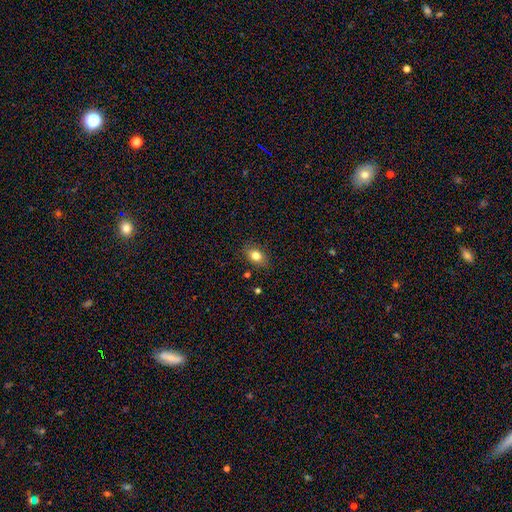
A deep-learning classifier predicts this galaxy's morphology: Overall: smooth (80%). How rounded: in between (75%). Merging: none (85%).